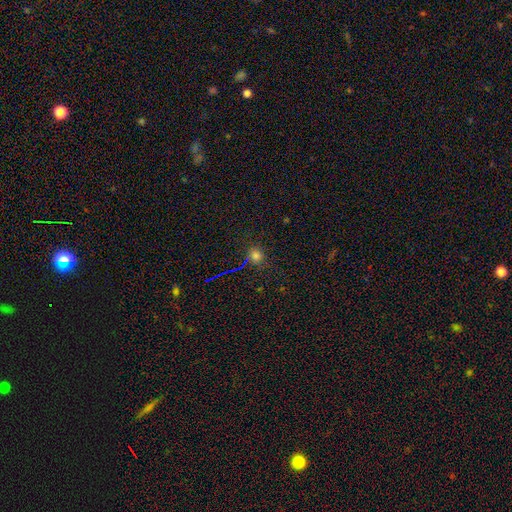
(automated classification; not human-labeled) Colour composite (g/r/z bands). It shows a smooth galaxy with no disk features (69%) that is round (75%). Merging: none (80%).